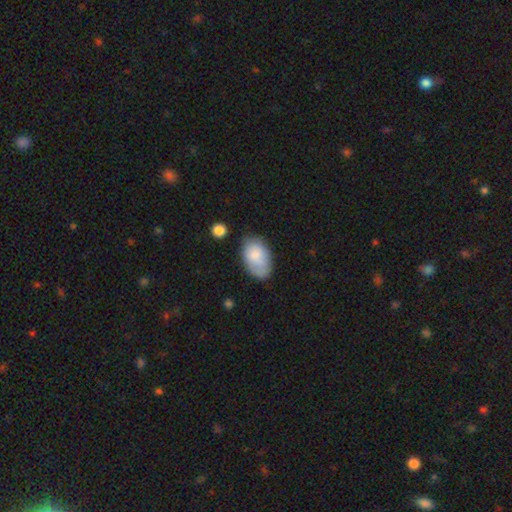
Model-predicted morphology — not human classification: This is clearly a smooth galaxy (81%). How rounded: clearly in between (93%). Merging: likely none (62%).